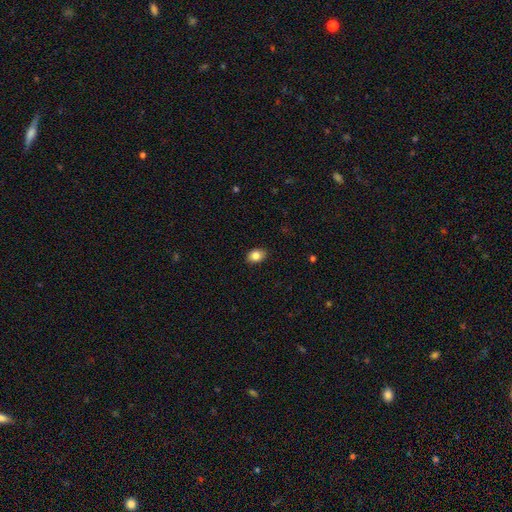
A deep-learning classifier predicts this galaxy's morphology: This appears to be a smooth galaxy with no disk features (84%) that is in between round and cigar-shaped (79%). Merging: none (87%).